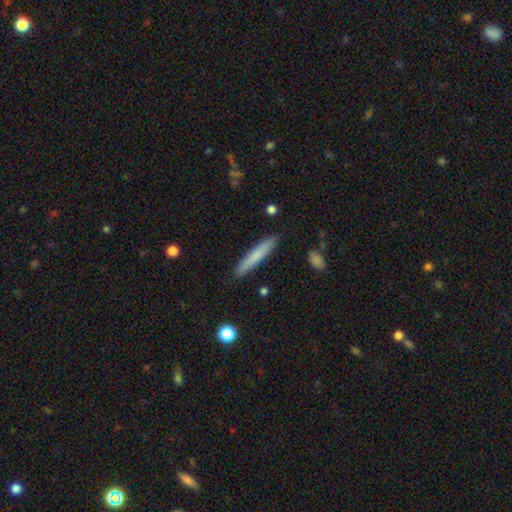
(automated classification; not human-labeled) Q: Smooth or featured?
A: smooth (74%); runner-up: featured or disk (20%)
Q: How rounded?
A: cigar-shaped (94%); runner-up: in between (5%)
Q: Merging?
A: none (89%); runner-up: minor disturbance (8%)